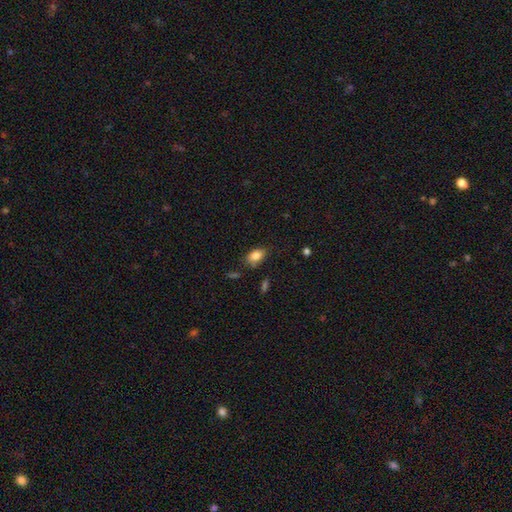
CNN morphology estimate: This appears to be a smooth galaxy with no disk features (84%) that is in between round and cigar-shaped (87%). Merging: none (71%).